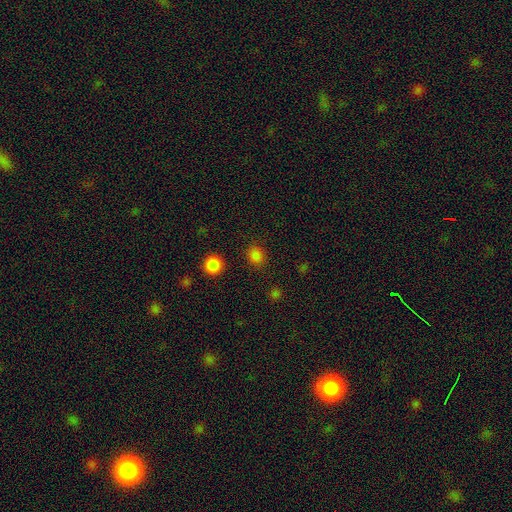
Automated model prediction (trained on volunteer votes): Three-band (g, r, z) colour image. It shows a smooth galaxy with no disk features (82%) that is round (75%). Merging: none (88%).